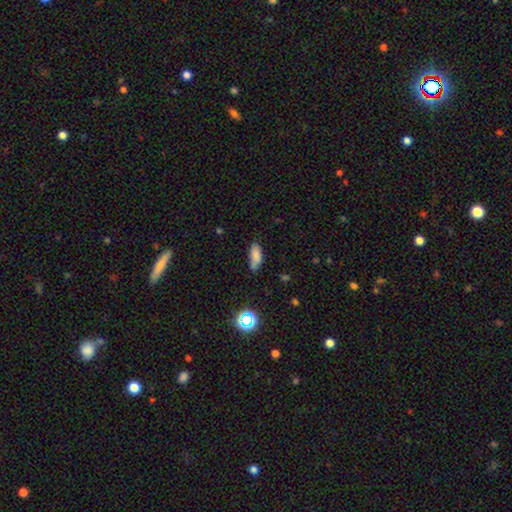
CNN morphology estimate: This appears to be a smooth galaxy with no disk features (80%) that is in between round and cigar-shaped (77%). Merging: none (61%).